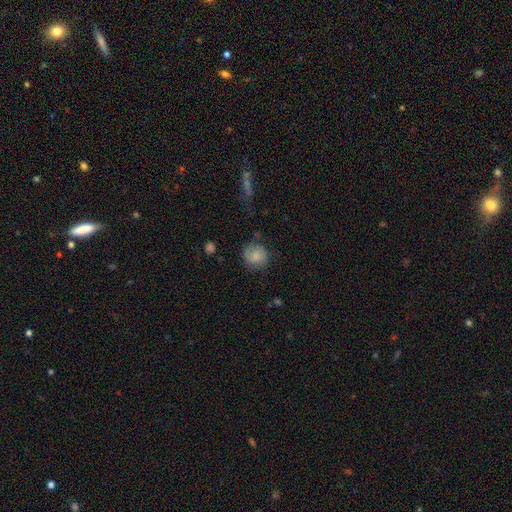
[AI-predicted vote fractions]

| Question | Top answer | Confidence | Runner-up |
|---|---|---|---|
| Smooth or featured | smooth | 73% | featured or disk (18%) |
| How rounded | round | 85% | in between (14%) |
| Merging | none | 70% | minor disturbance (20%) |